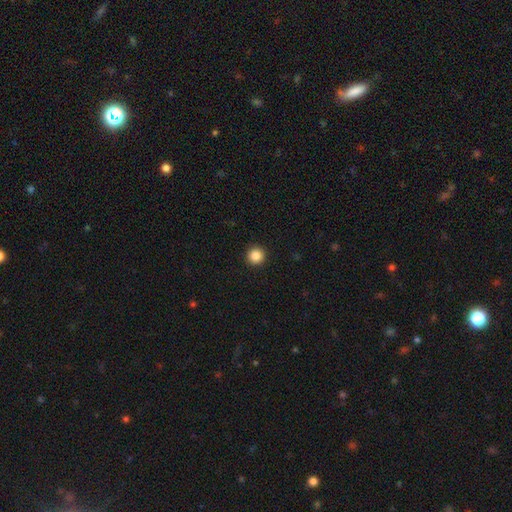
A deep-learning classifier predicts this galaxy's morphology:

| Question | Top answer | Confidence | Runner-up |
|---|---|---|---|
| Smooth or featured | smooth | 87% | star or artifact (10%) |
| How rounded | round | 96% | in between (3%) |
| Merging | none | 94% | minor disturbance (4%) |